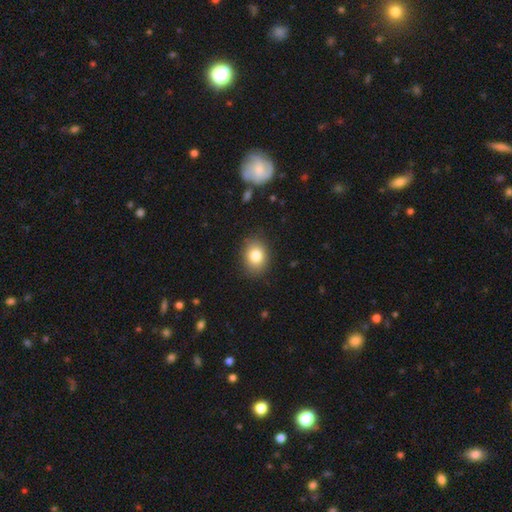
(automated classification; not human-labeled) smooth_or_featured: smooth (p=0.82) [alt: star or artifact p=0.09]
how_rounded: in between (p=0.61) [alt: round p=0.38]
merging: none (p=0.87) [alt: minor disturbance p=0.09]